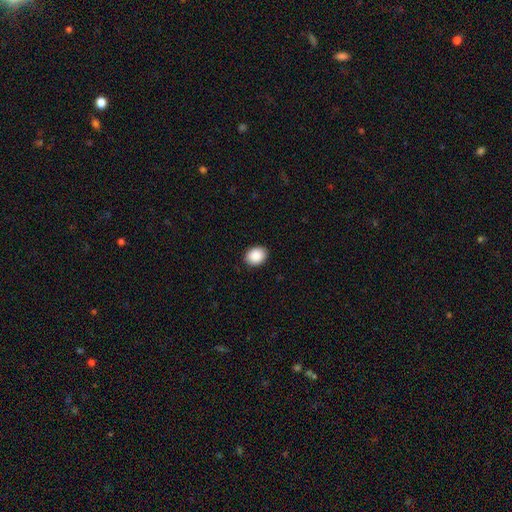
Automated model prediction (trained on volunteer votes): smooth_or_featured: smooth (p=0.90) [alt: star or artifact p=0.08]
how_rounded: in between (p=0.55) [alt: round p=0.44]
merging: none (p=0.90) [alt: minor disturbance p=0.07]